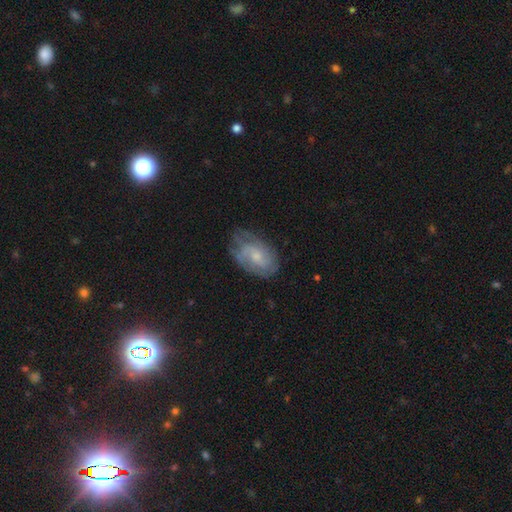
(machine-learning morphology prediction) smooth-or-featured: featured or disk: 67% | smooth: 26% | star or artifact: 7%
  disk-edge-on: no: 96% | yes: 4%
    bar: no: 63% | weak: 33% | strong: 4%
    has-spiral-arms: yes: 86% | no: 14%
      spiral-winding: tight: 43% | medium: 41% | loose: 16%
      spiral-arm-count: can't tell: 38% | 2: 36% | 3: 14% | 4: 5% | 1: 4% | more than 4: 3%
    bulge-size: small: 52% | moderate: 36% | none: 8% | large: 2% | dominant: 1%
  merging: none: 63% | minor disturbance: 25% | major disturbance: 10% | merger: 1%